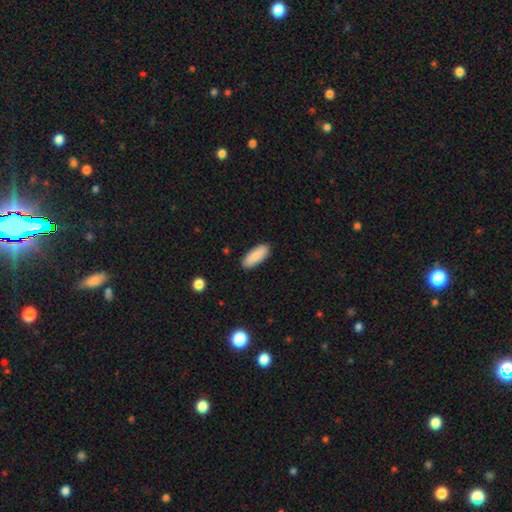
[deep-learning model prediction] Smooth or featured?
  - smooth: 89% *
  - star or artifact: 6%
  - featured or disk: 6%
How rounded?
  - in between: 76% *
  - cigar-shaped: 22%
  - round: 2%
Merging?
  - none: 89% *
  - minor disturbance: 8%
  - major disturbance: 2%
  - merger: 1%